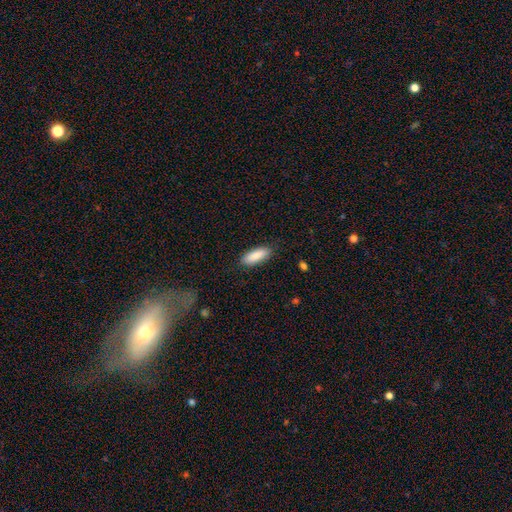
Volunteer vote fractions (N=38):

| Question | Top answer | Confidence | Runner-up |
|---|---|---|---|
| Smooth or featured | smooth | 95% | featured or disk (5%) |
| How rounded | in between | 72% | cigar-shaped (28%) |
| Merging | none | 100% | — |